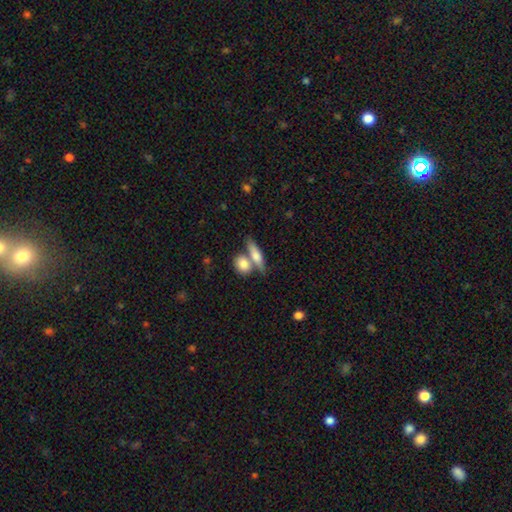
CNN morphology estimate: Smooth or featured? smooth (66%)
How rounded? cigar-shaped (49%)
Merging? none (49%)